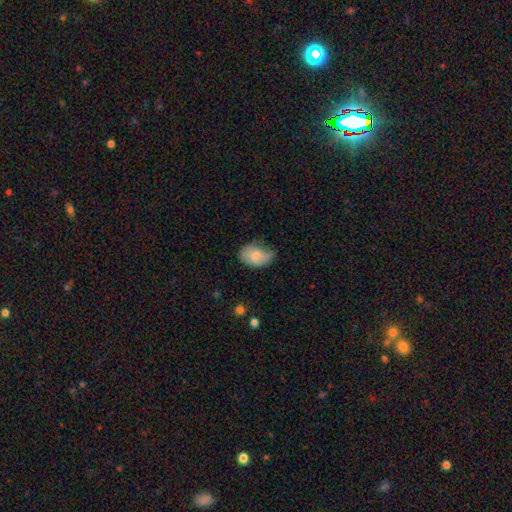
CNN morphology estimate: This is likely a smooth galaxy (74%). How rounded: clearly in between (81%). Merging: possibly none (46%).